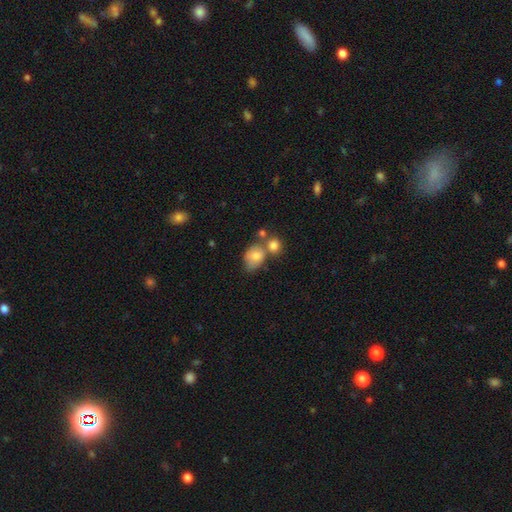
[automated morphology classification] Smooth or featured?
  - smooth: 78% *
  - featured or disk: 13%
  - star or artifact: 10%
How rounded?
  - in between: 57% *
  - round: 42%
  - cigar-shaped: 1%
Merging?
  - none: 38% * (tied)
  - merger: 38% * (tied)
  - minor disturbance: 17%
  - major disturbance: 7%